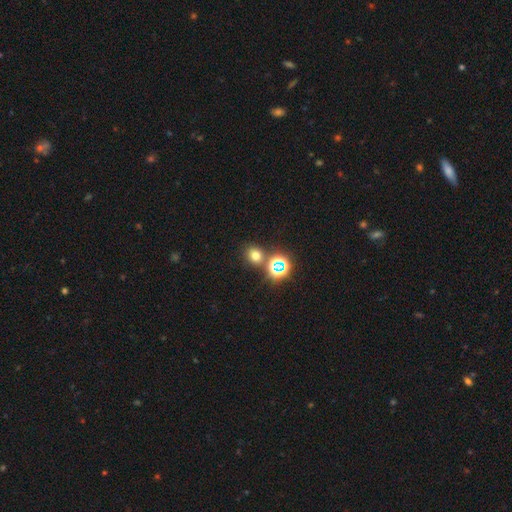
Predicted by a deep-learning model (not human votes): Morphology: type=smooth (64%); roundness=round (76%); merging=none (75%).